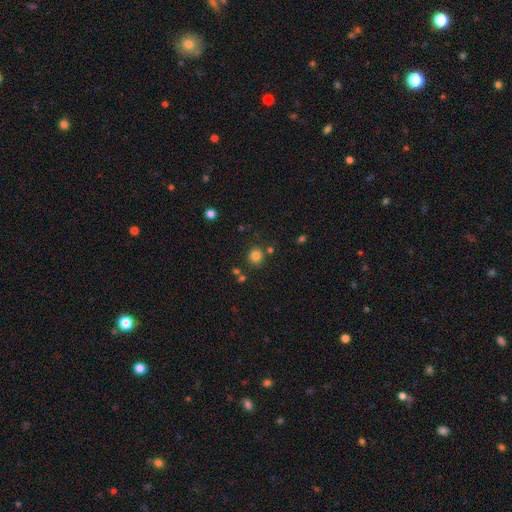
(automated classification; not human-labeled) smooth_or_featured: smooth (p=0.81) [alt: star or artifact p=0.14]
how_rounded: round (p=0.88) [alt: in between p=0.11]
merging: none (p=0.81) [alt: minor disturbance p=0.09]